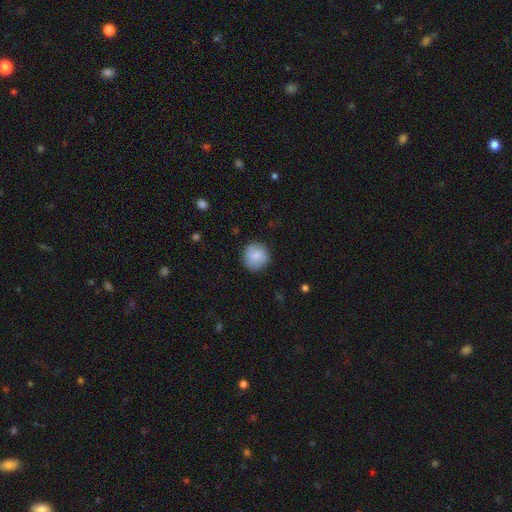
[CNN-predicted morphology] type=smooth (85%); roundness=round (93%); merging=none (86%).